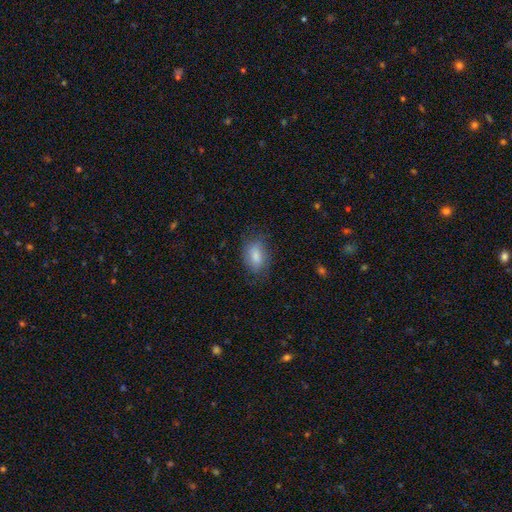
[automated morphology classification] smooth-or-featured: smooth: 79% | featured or disk: 13% | star or artifact: 7%
  how-rounded: in between: 85% | round: 12% | cigar-shaped: 3%
  merging: none: 70% | minor disturbance: 21% | major disturbance: 8% | merger: 1%